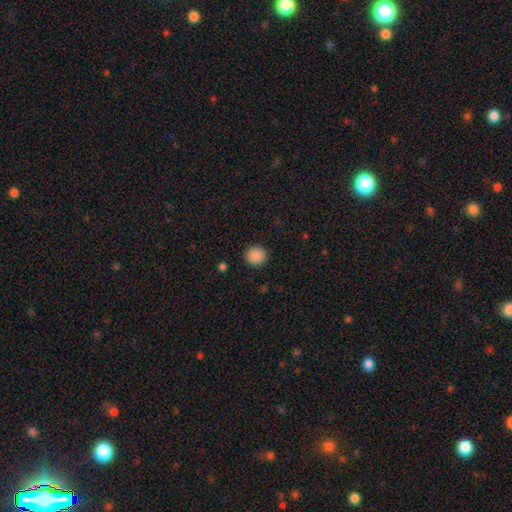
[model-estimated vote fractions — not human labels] This appears to be a smooth galaxy with no disk features (89%) that is round (91%). Merging: none (91%).